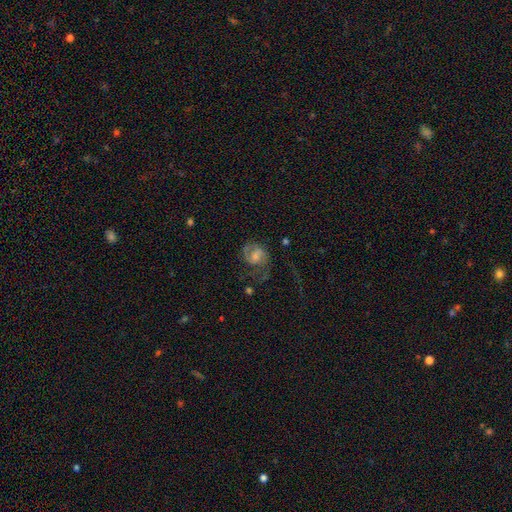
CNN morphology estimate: Smooth or featured? featured or disk (68%)
Edge-on disk? no (98%)
Bar? no (48%)
Spiral arms? yes (87%)
Spiral winding? medium (47%)
Spiral arm count? 2 (65%)
Bulge size? moderate (41%)
Merging? none (40%)